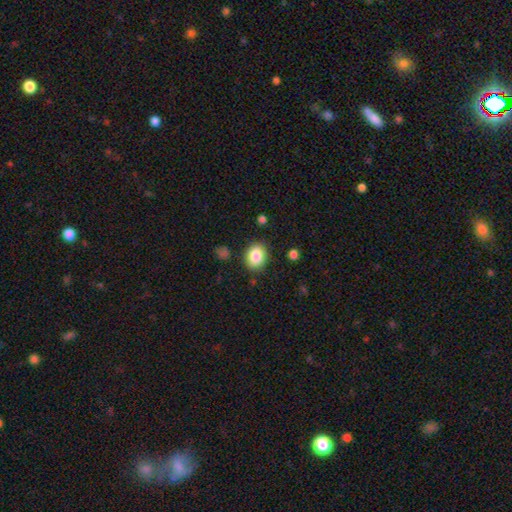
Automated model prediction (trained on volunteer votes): Overall: smooth (85%). How rounded: in between (59%; round 40%). Merging: none (83%).